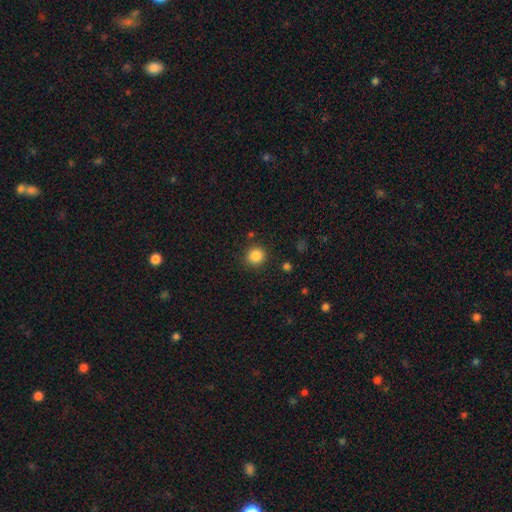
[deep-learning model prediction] Smooth or featured: smooth — 86% (star or artifact — 10%)
How rounded: round — 90% (in between — 9%)
Merging: none — 89% (minor disturbance — 7%)